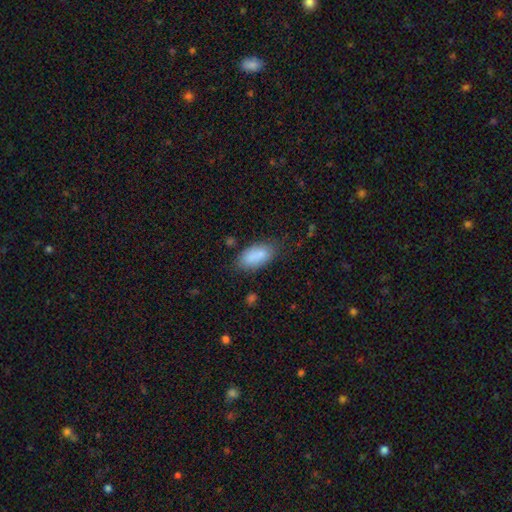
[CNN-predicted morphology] A smooth galaxy with no disk features (86%) that is in between round and cigar-shaped (92%).

Vote fractions:
- Smooth or featured? smooth: 86% / star or artifact: 7% / featured or disk: 7%
- How rounded? in between: 92% / cigar-shaped: 5% / round: 3%
- Merging? none: 73% / minor disturbance: 19% / major disturbance: 5% / merger: 3%